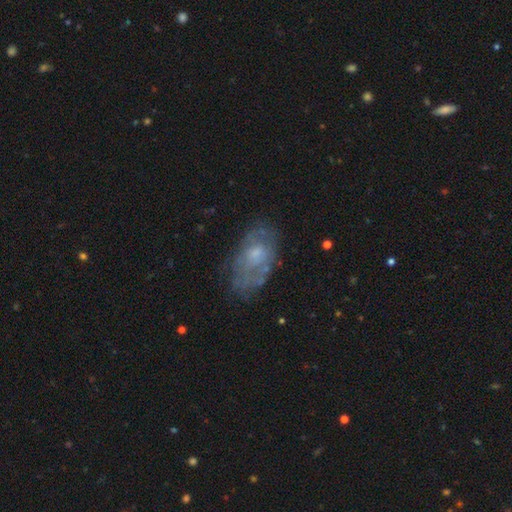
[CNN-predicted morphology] Overall: featured or disk (52%; smooth 39%). Edge-on disk: no (94%). Merging: none (59%; minor disturbance 25%).